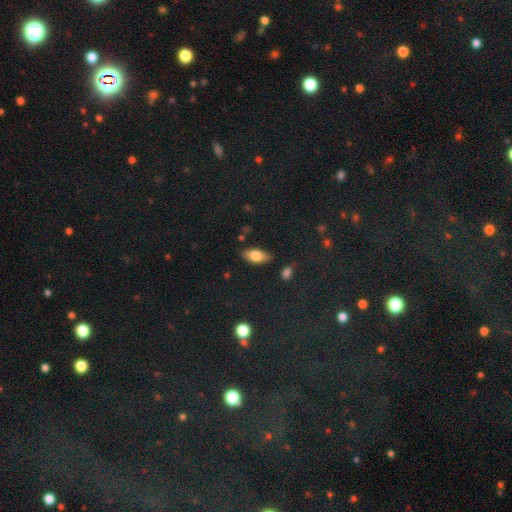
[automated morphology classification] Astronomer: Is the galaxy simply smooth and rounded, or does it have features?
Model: smooth — 78%.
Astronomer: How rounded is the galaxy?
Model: in between — 89%.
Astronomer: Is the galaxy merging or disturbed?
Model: none — 82%.